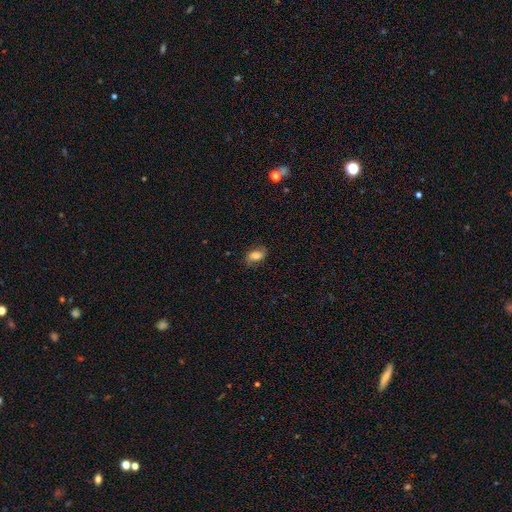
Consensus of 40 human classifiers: A smooth galaxy with no disk features (80%) that is in between round and cigar-shaped (88%). Merging: none (65%).